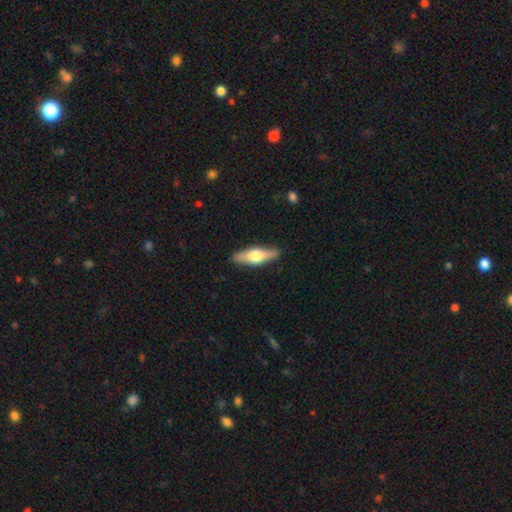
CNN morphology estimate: This is possibly a smooth galaxy (49%). Merging: clearly none (88%).